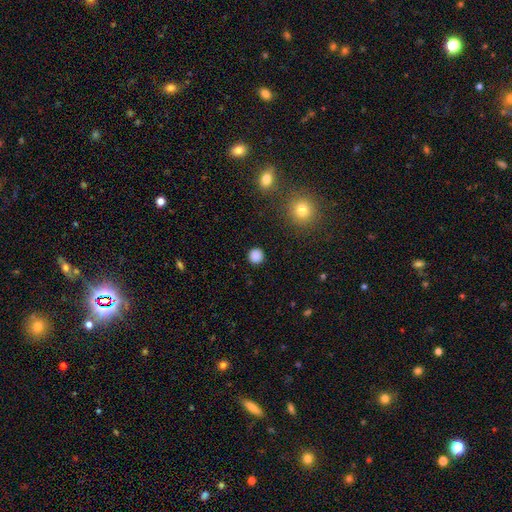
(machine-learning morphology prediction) This is clearly a smooth galaxy (86%). How rounded: clearly round (94%). Merging: clearly none (91%).